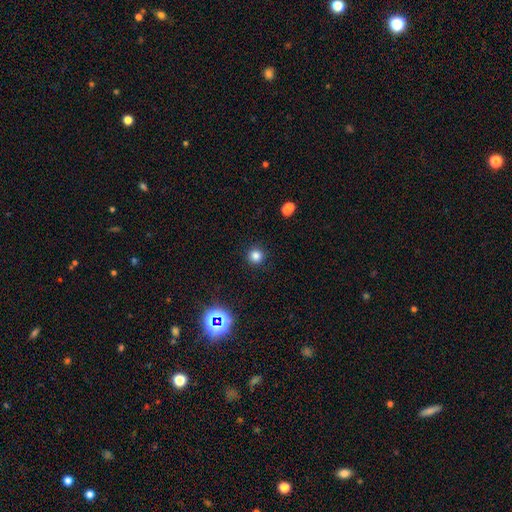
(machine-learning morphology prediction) type=smooth (80%); roundness=round (95%); merging=none (91%).